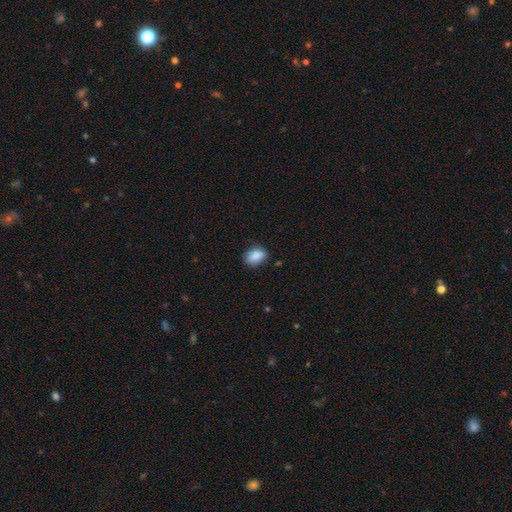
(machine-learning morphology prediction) smooth_or_featured: smooth (p=0.88) [alt: star or artifact p=0.07]
how_rounded: in between (p=0.83) [alt: round p=0.15]
merging: none (p=0.81) [alt: minor disturbance p=0.15]